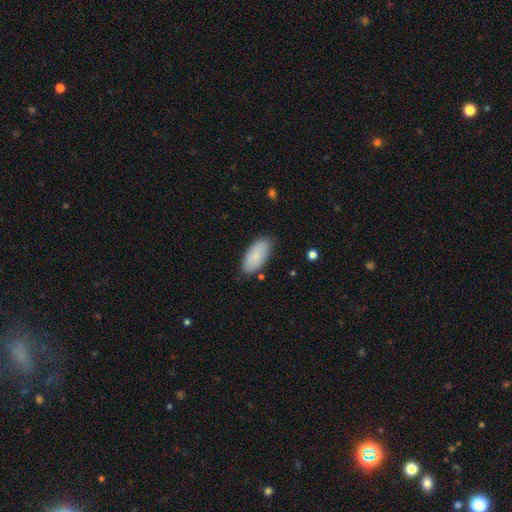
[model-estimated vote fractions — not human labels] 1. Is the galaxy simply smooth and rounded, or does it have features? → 81% smooth, 13% featured or disk, 6% star or artifact.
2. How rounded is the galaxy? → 93% in between, 5% cigar-shaped, 2% round.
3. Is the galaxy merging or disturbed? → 80% none, 15% minor disturbance, 3% major disturbance, 2% merger.